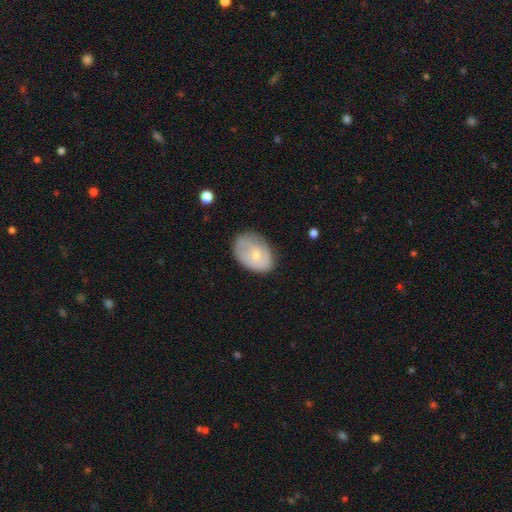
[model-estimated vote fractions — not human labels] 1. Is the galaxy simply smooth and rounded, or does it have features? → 54% smooth, 39% featured or disk, 7% star or artifact.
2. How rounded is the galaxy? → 82% in between, 17% round, 1% cigar-shaped.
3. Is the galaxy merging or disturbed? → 64% none, 26% minor disturbance, 8% major disturbance, 2% merger.